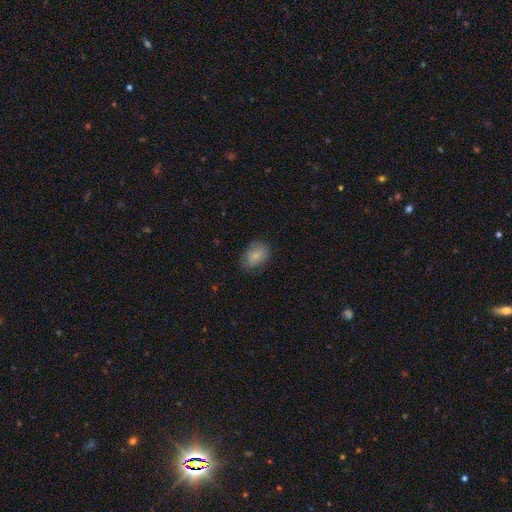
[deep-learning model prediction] Overall: smooth (84%). How rounded: in between (68%; round 31%). Merging: none (73%).